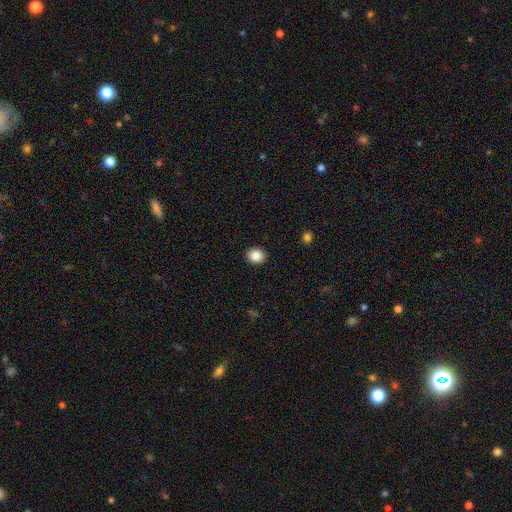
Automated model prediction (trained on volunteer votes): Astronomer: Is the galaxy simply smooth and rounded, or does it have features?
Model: smooth — 87%.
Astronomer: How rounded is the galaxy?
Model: round — 71%.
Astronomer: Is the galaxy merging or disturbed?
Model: none — 91%.